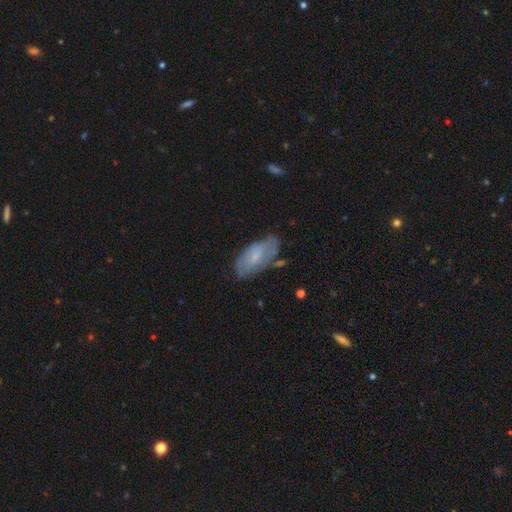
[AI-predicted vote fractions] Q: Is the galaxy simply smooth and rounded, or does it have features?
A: smooth — 51%.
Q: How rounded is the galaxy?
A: in between — 89%.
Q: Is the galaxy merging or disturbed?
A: none — 65%.